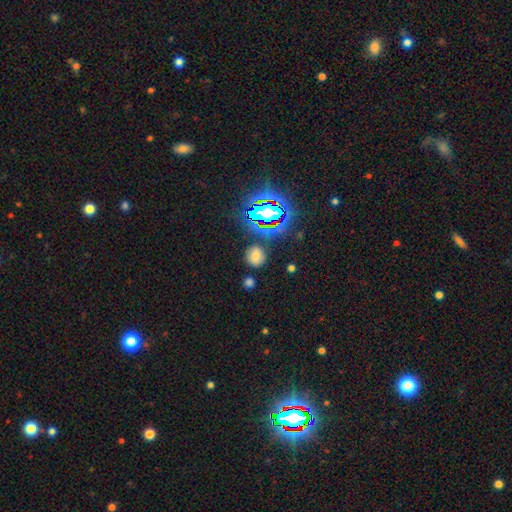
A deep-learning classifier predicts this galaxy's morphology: A smooth galaxy with no disk features (62%) that is round (80%). Merging: none (82%).